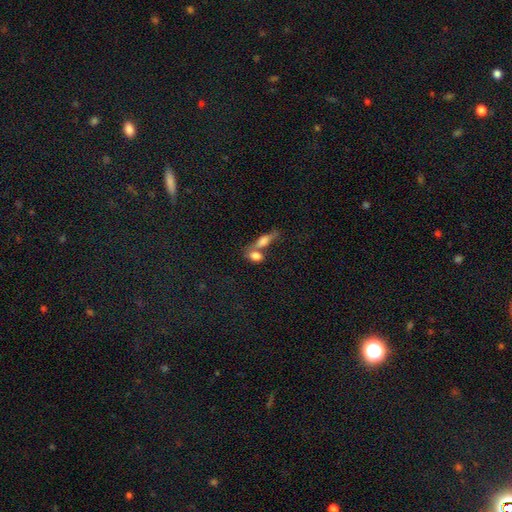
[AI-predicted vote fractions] Smooth or featured: smooth — 78% (featured or disk — 13%)
How rounded: in between — 76% (round — 15%)
Merging: merger — 54% (none — 31%)